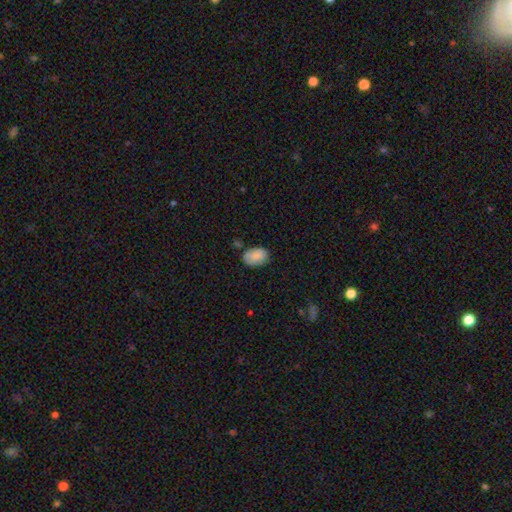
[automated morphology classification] This is clearly a smooth galaxy (85%). How rounded: clearly in between (85%). Merging: likely none (66%).